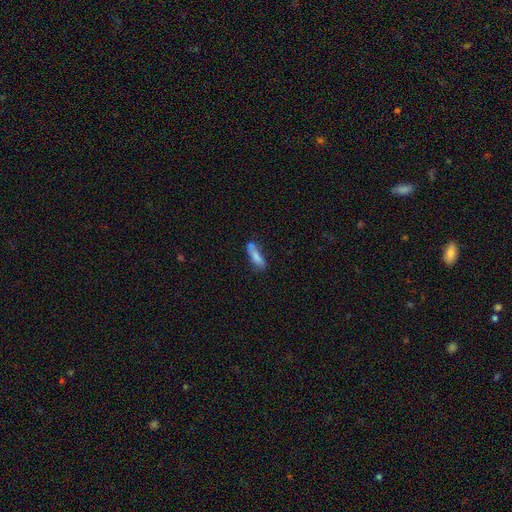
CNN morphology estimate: A smooth galaxy with no disk features (74%) that is cigar-shaped (53%).

Vote fractions:
- Smooth or featured? smooth: 74% / featured or disk: 18% / star or artifact: 8%
- How rounded? cigar-shaped: 53% / in between: 45% / round: 2%
- Merging? none: 49% / minor disturbance: 23% / merger: 20% / major disturbance: 8%